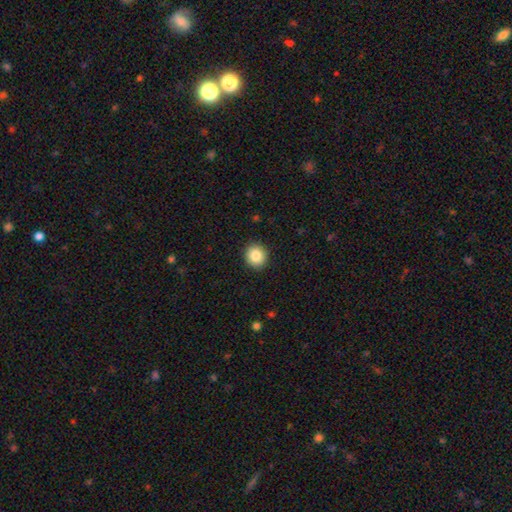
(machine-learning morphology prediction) Overall: smooth (85%). How rounded: round (83%). Merging: none (91%).